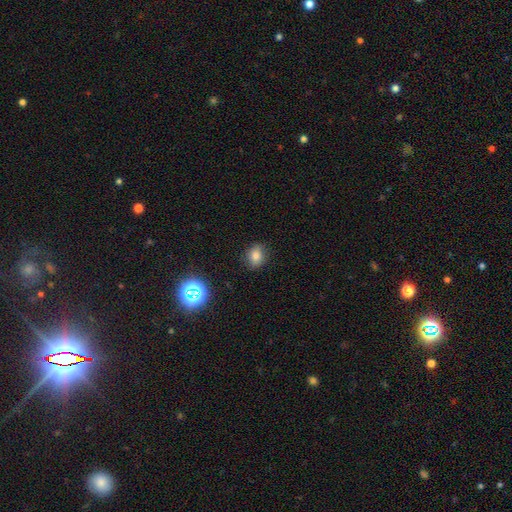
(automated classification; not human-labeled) Smooth or featured: smooth — 78% (star or artifact — 14%)
How rounded: round — 57% (in between — 42%)
Merging: none — 82% (minor disturbance — 14%)